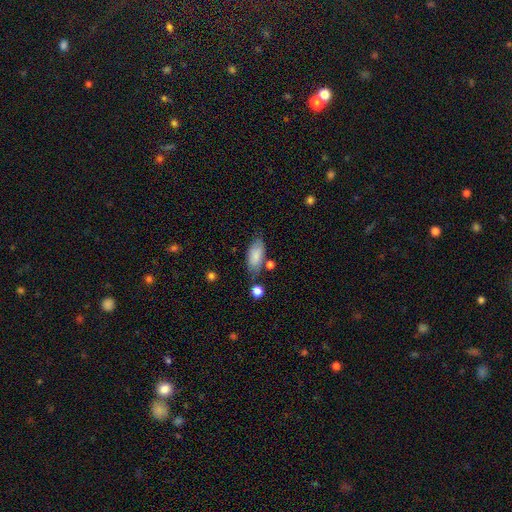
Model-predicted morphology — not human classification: smooth-or-featured: smooth: 80% | featured or disk: 13% | star or artifact: 7%
  how-rounded: in between: 89% | cigar-shaped: 8% | round: 3%
  merging: none: 64% | minor disturbance: 22% | merger: 8% | major disturbance: 6%